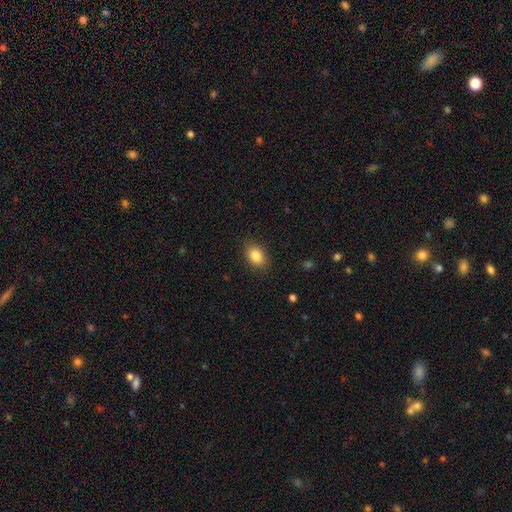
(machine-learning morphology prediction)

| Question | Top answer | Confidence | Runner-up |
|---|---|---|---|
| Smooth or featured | smooth | 86% | star or artifact (9%) |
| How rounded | in between | 77% | round (22%) |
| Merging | none | 87% | minor disturbance (10%) |